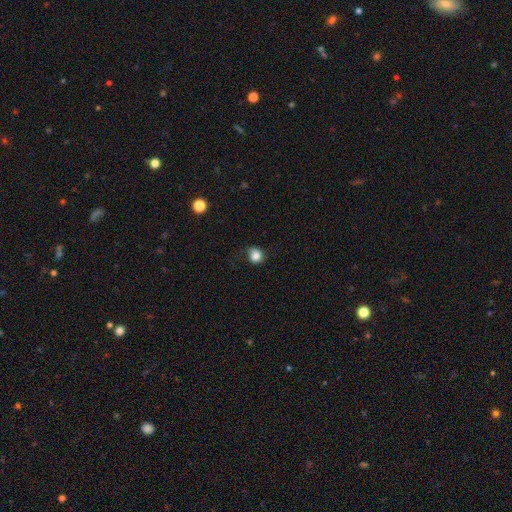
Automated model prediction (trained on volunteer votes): Smooth or featured? Predicted: smooth (p=0.82). How rounded? Predicted: round (p=0.73). Merging? Predicted: none (p=0.60).